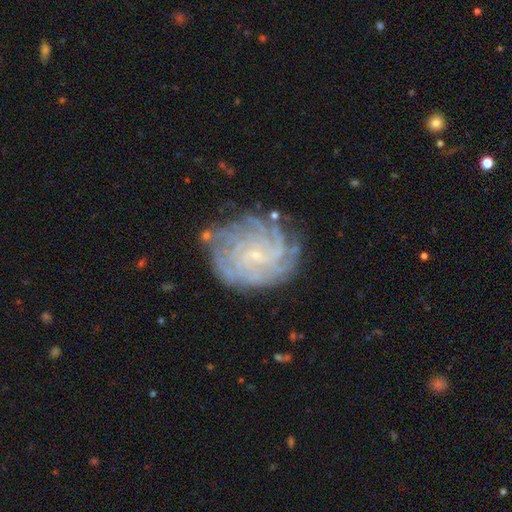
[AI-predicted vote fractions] smooth_or_featured: featured or disk (p=0.84) [alt: smooth p=0.09]
disk_edge_on: no (p=0.98) [alt: yes p=0.02]
bar: no (p=0.68) [alt: weak p=0.26]
has_spiral_arms: yes (p=0.97) [alt: no p=0.03]
spiral_winding: tight (p=0.75) [alt: medium p=0.20]
spiral_arm_count: more than 4 (p=0.27) [alt: 4 p=0.26]
bulge_size: small (p=0.87) [alt: moderate p=0.07]
merging: none (p=0.74) [alt: minor disturbance p=0.17]